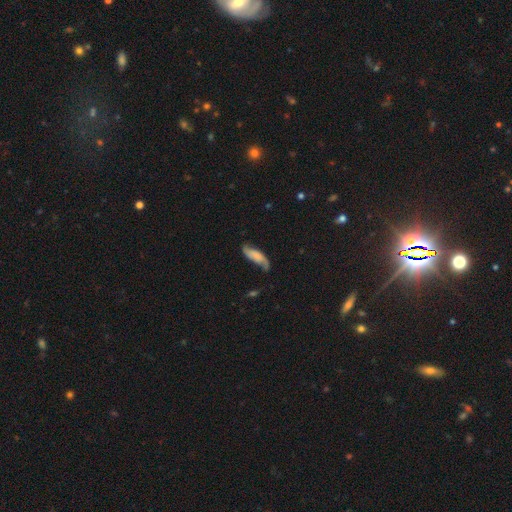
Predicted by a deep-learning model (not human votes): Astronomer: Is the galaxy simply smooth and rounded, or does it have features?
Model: featured or disk — 53% (runner-up: smooth, 39%).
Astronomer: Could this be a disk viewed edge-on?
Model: no — 85%.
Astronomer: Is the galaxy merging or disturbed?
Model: none — 59%.